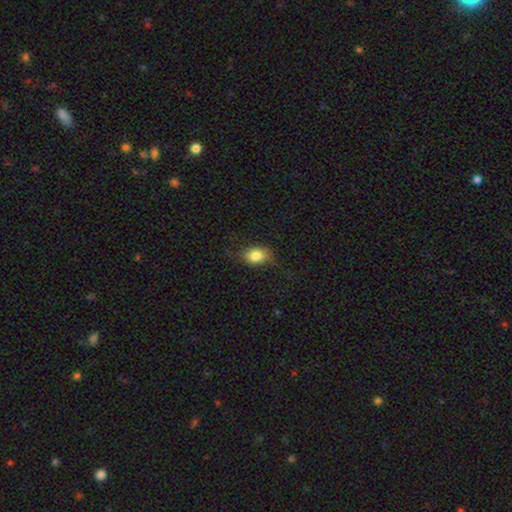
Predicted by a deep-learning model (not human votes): This appears to be a smooth galaxy with no disk features (81%) that is in between round and cigar-shaped (75%). Merging: none (72%).